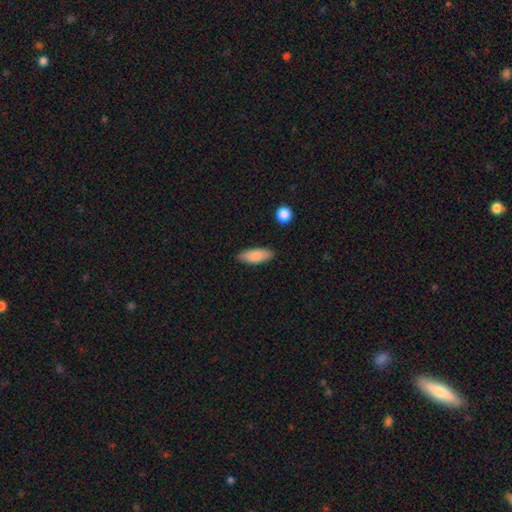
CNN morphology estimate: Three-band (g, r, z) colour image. It shows a smooth galaxy with no disk features (85%) that is in between round and cigar-shaped (75%). Merging: none (86%).